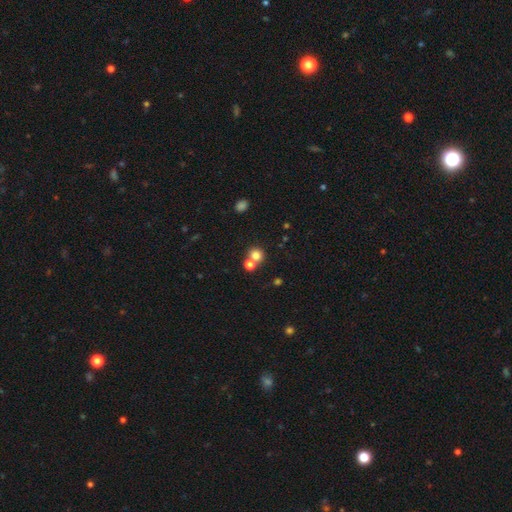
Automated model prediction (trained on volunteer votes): Smooth or featured: smooth — 77% (star or artifact — 13%)
How rounded: round — 85% (in between — 14%)
Merging: none — 53% (merger — 38%)